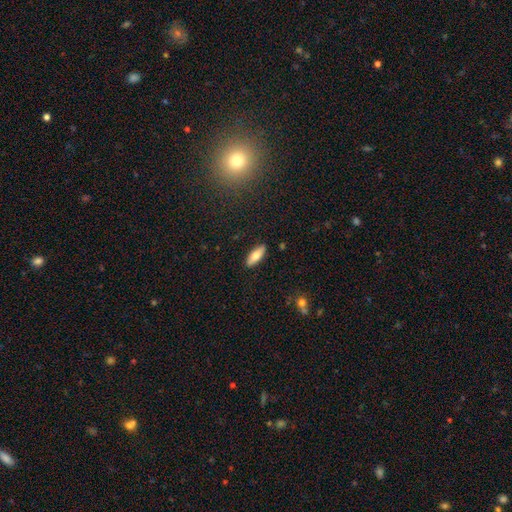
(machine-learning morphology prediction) smooth-or-featured: smooth: 76% | featured or disk: 18% | star or artifact: 6%
  how-rounded: in between: 64% | cigar-shaped: 34% | round: 2%
  merging: none: 89% | minor disturbance: 8% | major disturbance: 2% | merger: 1%